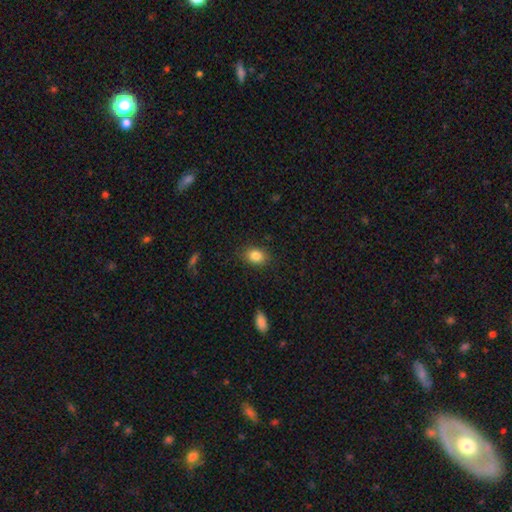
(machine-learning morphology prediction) type=smooth (84%); roundness=in between (63%); merging=none (83%).